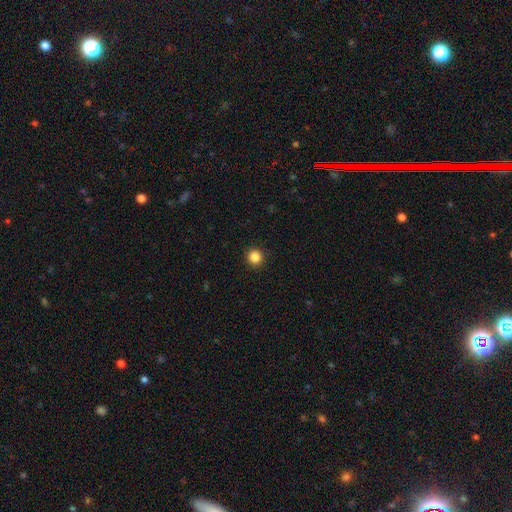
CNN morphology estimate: Smooth or featured? Predicted: smooth (p=0.86). How rounded? Predicted: round (p=0.95). Merging? Predicted: none (p=0.93).